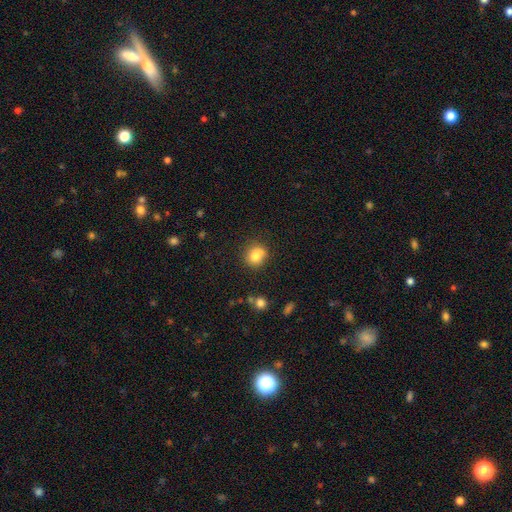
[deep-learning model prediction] Overall: smooth (76%). How rounded: round (80%). Merging: none (56%; merger 21%).